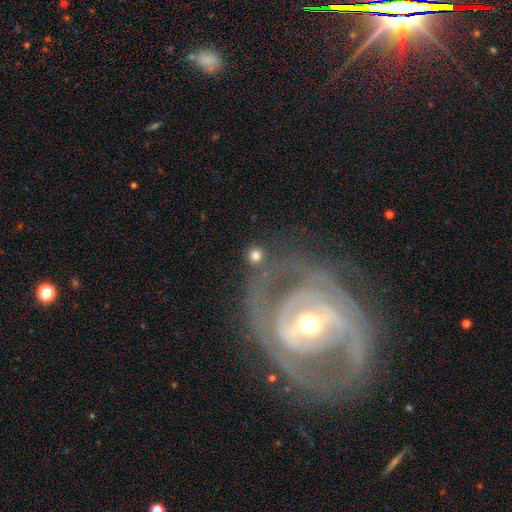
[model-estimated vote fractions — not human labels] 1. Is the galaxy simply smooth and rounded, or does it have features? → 74% smooth, 15% featured or disk, 11% star or artifact.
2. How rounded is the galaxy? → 92% round, 7% in between, 1% cigar-shaped.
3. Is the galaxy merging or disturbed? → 79% none, 8% merger, 8% minor disturbance, 5% major disturbance.